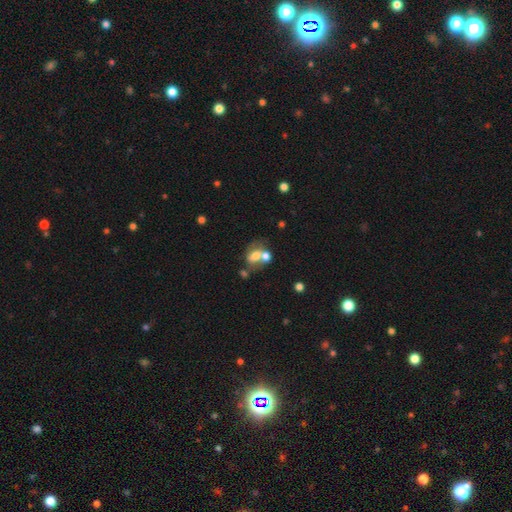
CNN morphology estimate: A smooth galaxy with no disk features (55%) that is in between round and cigar-shaped (66%).

Vote fractions:
- Smooth or featured? smooth: 55% / featured or disk: 33% / star or artifact: 12%
- How rounded? in between: 66% / round: 32% / cigar-shaped: 2%
- Merging? merger: 51% / none: 27% / minor disturbance: 12% / major disturbance: 10%